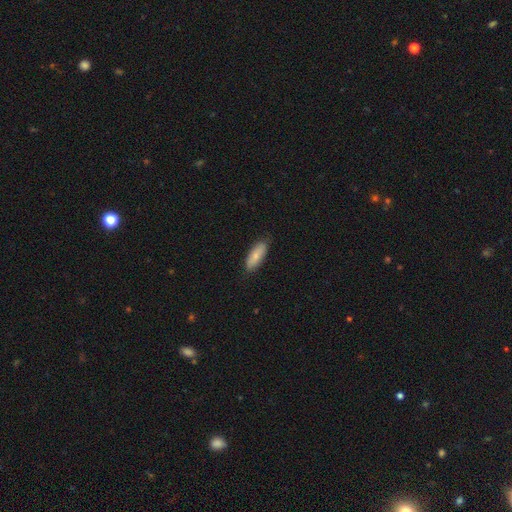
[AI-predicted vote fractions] This is likely a smooth galaxy (78%). How rounded: likely in between (73%). Merging: clearly none (83%).